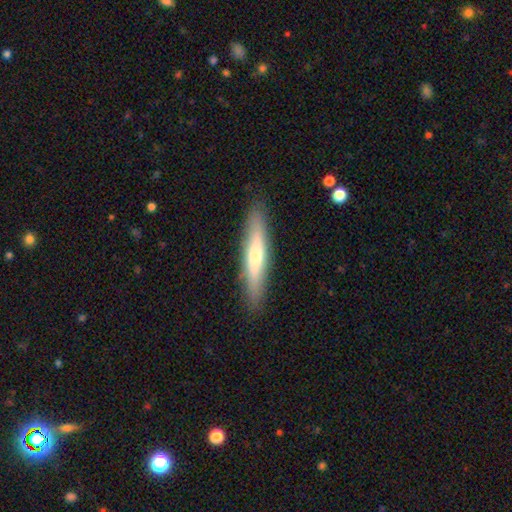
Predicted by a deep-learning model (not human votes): Smooth or featured? smooth (57%)
How rounded? cigar-shaped (90%)
Merging? none (89%)